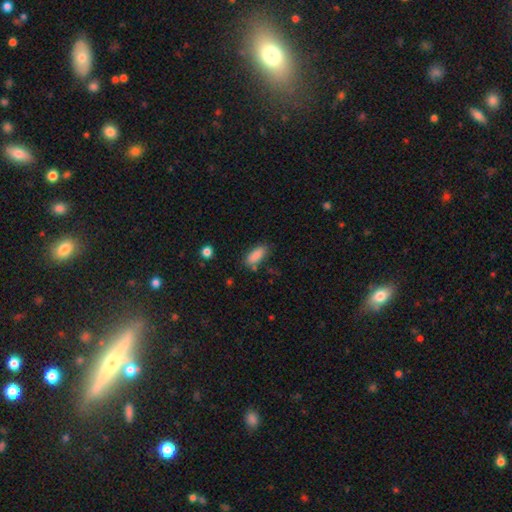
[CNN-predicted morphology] Smooth or featured? Predicted: smooth (p=0.88). How rounded? Predicted: in between (p=0.79). Merging? Predicted: none (p=0.78).